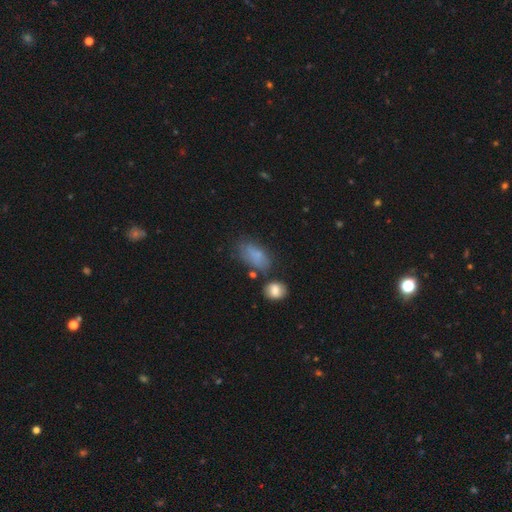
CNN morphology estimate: Smooth or featured: smooth — 73% (featured or disk — 15%)
How rounded: in between — 87% (round — 7%)
Merging: none — 50% (minor disturbance — 28%)